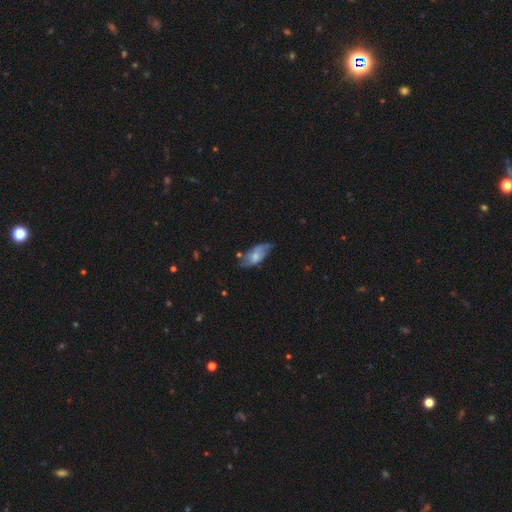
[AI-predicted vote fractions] A smooth galaxy with no disk features (58%) that is in between round and cigar-shaped (87%). Merging: none (56%).